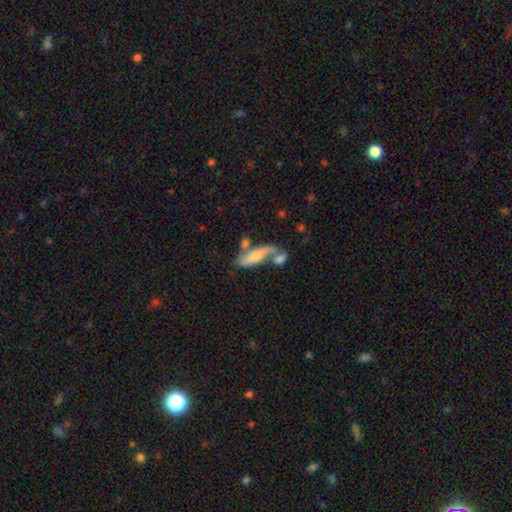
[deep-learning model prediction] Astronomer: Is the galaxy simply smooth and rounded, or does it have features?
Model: smooth — 55% (runner-up: featured or disk, 38%).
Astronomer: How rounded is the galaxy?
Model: in between — 53% (runner-up: cigar-shaped, 43%).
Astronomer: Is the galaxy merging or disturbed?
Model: merger — 40% (runner-up: none, 34%).